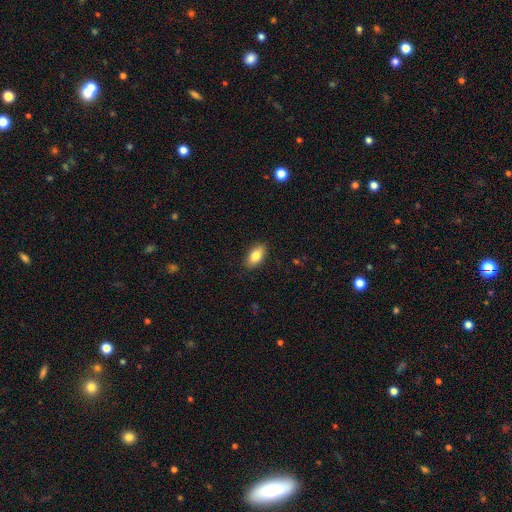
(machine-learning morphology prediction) Smooth or featured? Predicted: smooth (p=0.84). How rounded? Predicted: in between (p=0.90). Merging? Predicted: none (p=0.87).